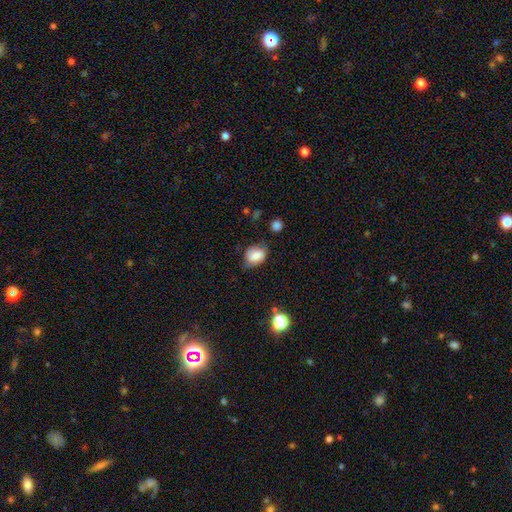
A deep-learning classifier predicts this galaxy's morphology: A smooth galaxy with no disk features (74%) that is in between round and cigar-shaped (60%). Merging: none (61%).